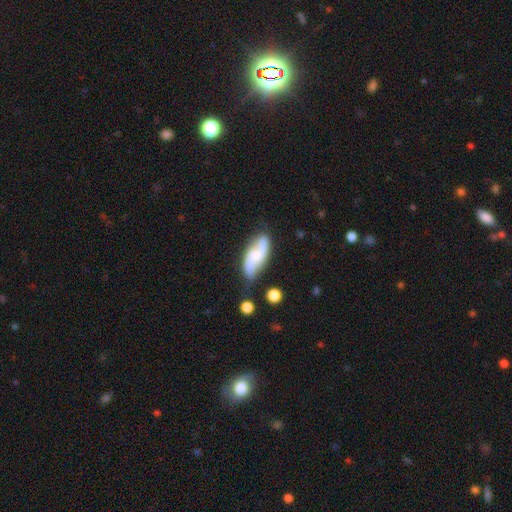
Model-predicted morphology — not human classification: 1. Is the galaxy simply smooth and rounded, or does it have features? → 54% featured or disk, 39% smooth, 7% star or artifact.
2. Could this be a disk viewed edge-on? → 89% no, 11% yes.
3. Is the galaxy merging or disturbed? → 67% none, 22% minor disturbance, 6% major disturbance, 5% merger.